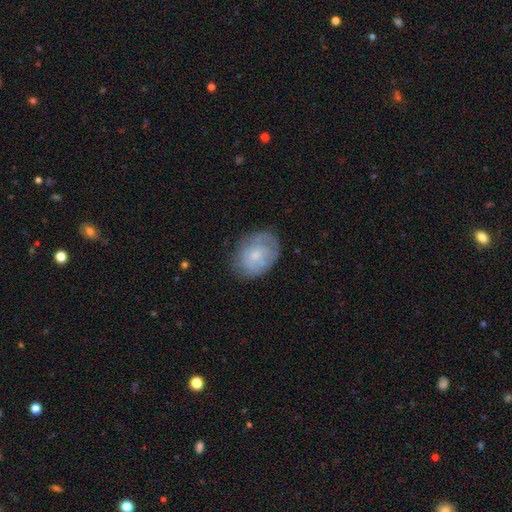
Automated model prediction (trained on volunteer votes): Smooth or featured? Predicted: smooth (p=0.48). Merging? Predicted: none (p=0.69).